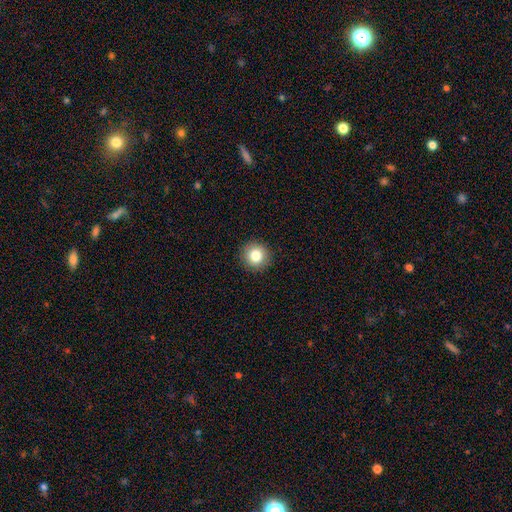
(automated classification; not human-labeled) smooth 82%, star or artifact 10%, featured or disk 8%. Down the decision tree: how rounded — round (94%); merging — none (92%).